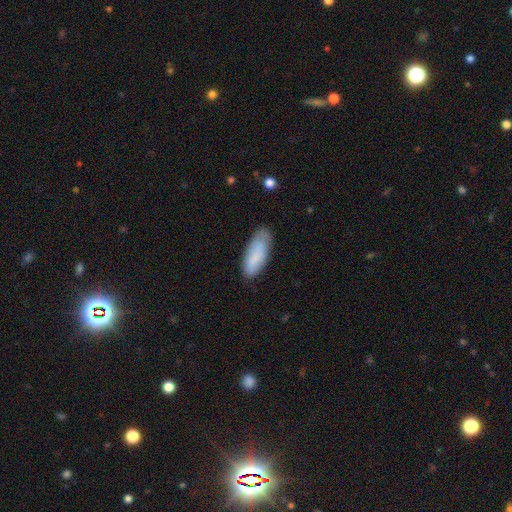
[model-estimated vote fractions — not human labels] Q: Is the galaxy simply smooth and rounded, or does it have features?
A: smooth — 83%.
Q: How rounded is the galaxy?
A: in between — 69%.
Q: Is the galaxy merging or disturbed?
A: none — 76%.